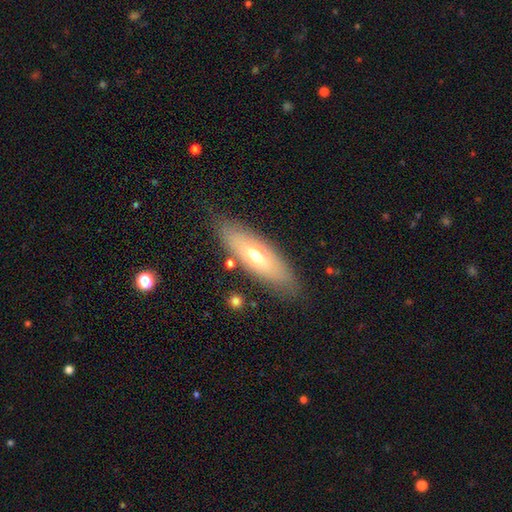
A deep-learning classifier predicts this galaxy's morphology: smooth-or-featured: smooth: 56% | featured or disk: 37% | star or artifact: 7%
  how-rounded: in between: 57% | cigar-shaped: 41% | round: 2%
  merging: none: 82% | minor disturbance: 12% | major disturbance: 3% | merger: 3%